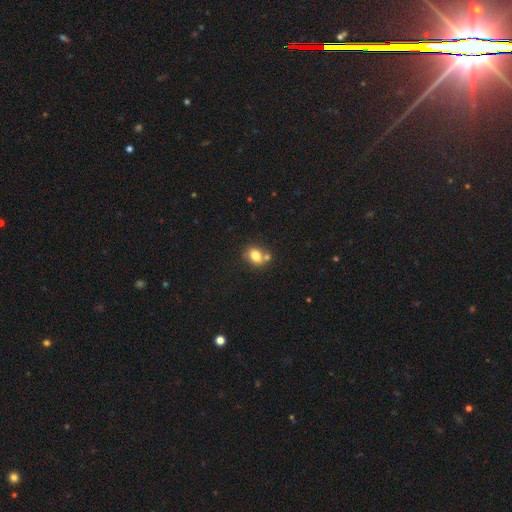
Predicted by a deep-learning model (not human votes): smooth_or_featured: smooth (p=0.78) [alt: featured or disk p=0.11]
how_rounded: in between (p=0.53) [alt: round p=0.46]
merging: none (p=0.53) [alt: merger p=0.29]